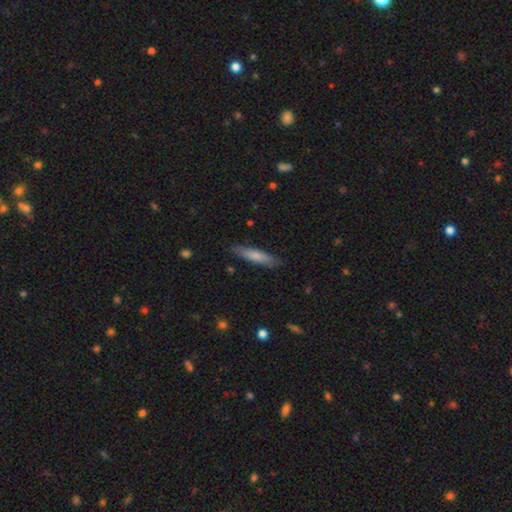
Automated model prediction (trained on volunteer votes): Smooth or featured? Predicted: smooth (p=0.74). How rounded? Predicted: cigar-shaped (p=0.82). Merging? Predicted: none (p=0.86).